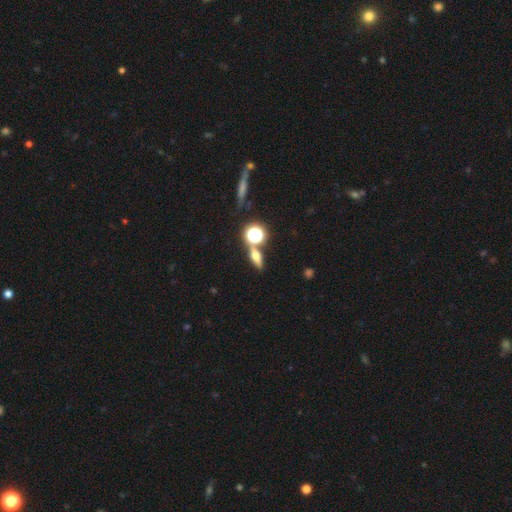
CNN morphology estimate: Q: Smooth or featured?
A: smooth (45%); runner-up: featured or disk (35%)
Q: Merging?
A: none (73%); runner-up: merger (15%)